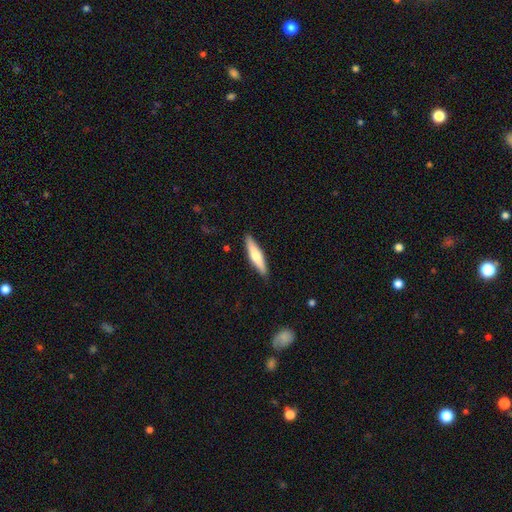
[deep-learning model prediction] Overall: smooth (56%; featured or disk 39%). How rounded: cigar-shaped (83%). Merging: none (89%).